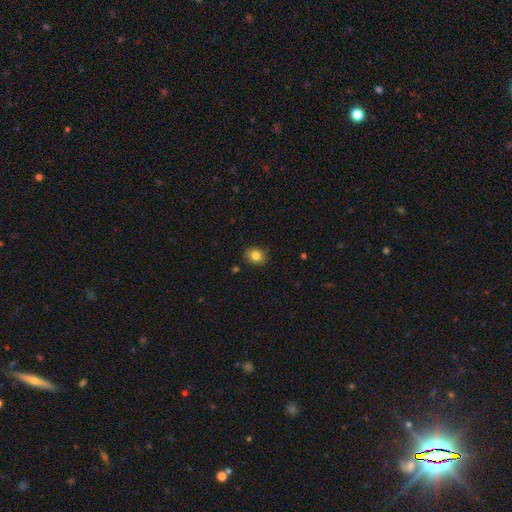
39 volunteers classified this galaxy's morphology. Overall: smooth (79%). How rounded: in between (61%; round 39%). Merging: none (97%).